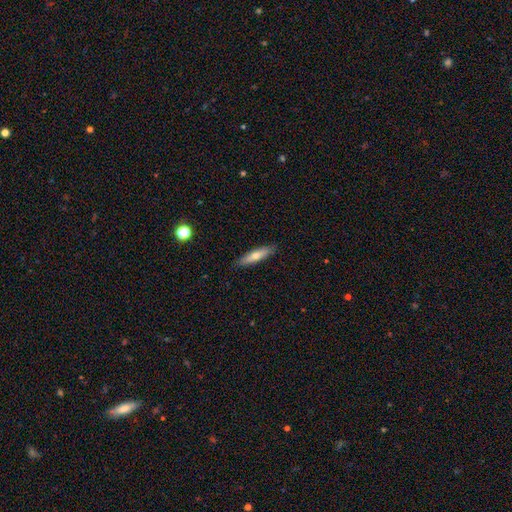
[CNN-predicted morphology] smooth 61%, featured or disk 33%, star or artifact 6%. Down the decision tree: how rounded — cigar-shaped (74%); merging — none (88%).